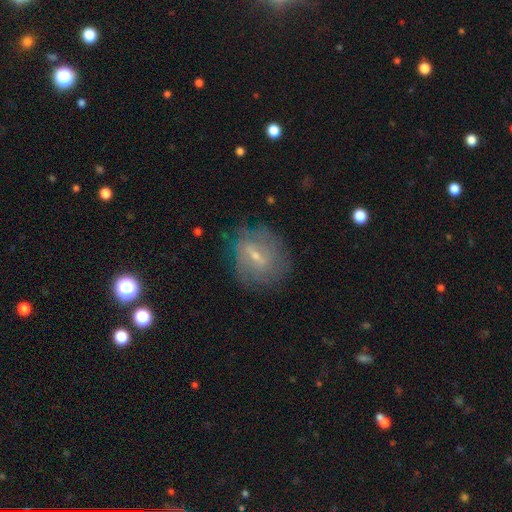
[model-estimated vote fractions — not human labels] The model was most divided on "bar": weak: 56%, no: 23%, strong: 21%. More confident: edge-on disk — no (94%); merging — none (72%); spiral arms — yes (71%); bulge size — small (70%); smooth or featured — featured or disk (65%).